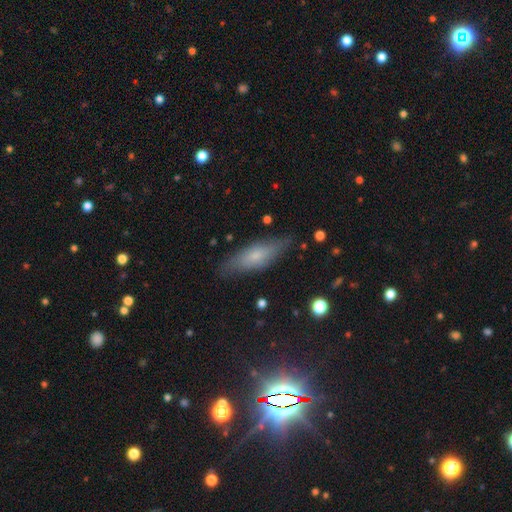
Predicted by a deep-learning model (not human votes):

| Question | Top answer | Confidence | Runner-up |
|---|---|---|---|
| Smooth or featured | smooth | 60% | featured or disk (33%) |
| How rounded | in between | 52% | cigar-shaped (46%) |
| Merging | none | 78% | minor disturbance (17%) |